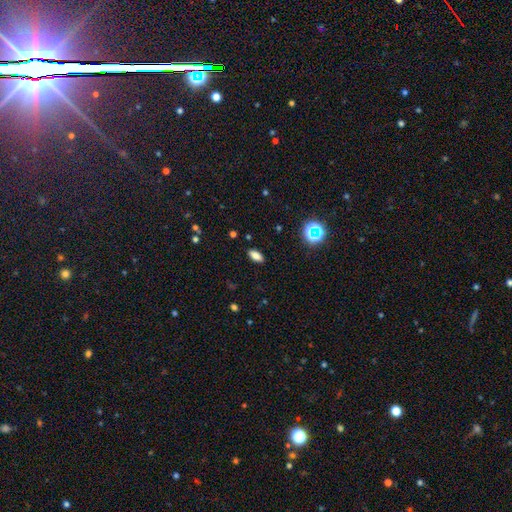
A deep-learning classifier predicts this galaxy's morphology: A smooth galaxy with no disk features (78%) that is in between round and cigar-shaped (86%).

Vote fractions:
- Smooth or featured? smooth: 78% / star or artifact: 14% / featured or disk: 8%
- How rounded? in between: 86% / cigar-shaped: 10% / round: 5%
- Merging? none: 89% / minor disturbance: 8% / major disturbance: 2% / merger: 1%